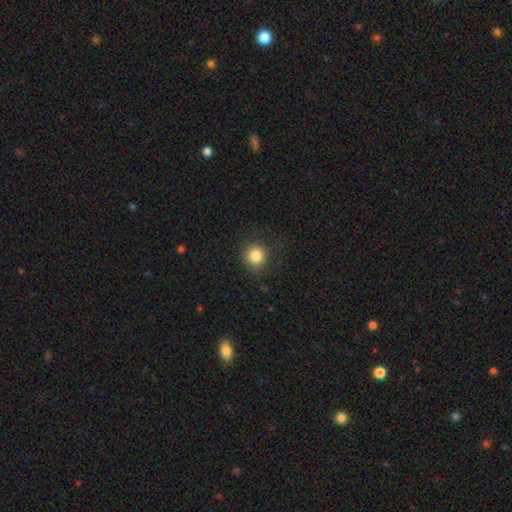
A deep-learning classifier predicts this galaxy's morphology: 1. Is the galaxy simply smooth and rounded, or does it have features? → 84% smooth, 10% star or artifact, 6% featured or disk.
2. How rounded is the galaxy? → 92% round, 7% in between, 1% cigar-shaped.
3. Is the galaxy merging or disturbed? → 83% none, 10% minor disturbance, 6% major disturbance, 1% merger.